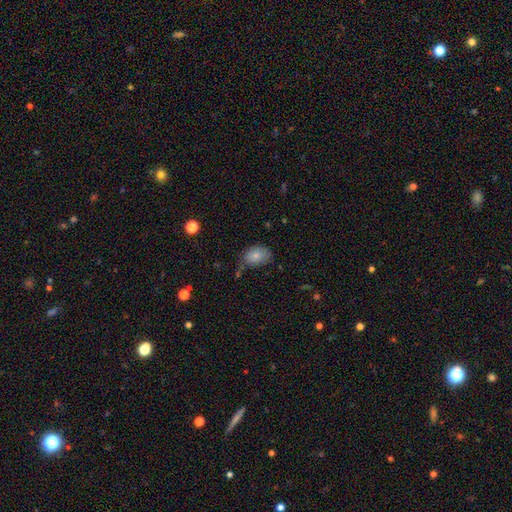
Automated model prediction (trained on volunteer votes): This appears to be a smooth galaxy with no disk features (81%) that is in between round and cigar-shaped (79%). Merging: none (60%).